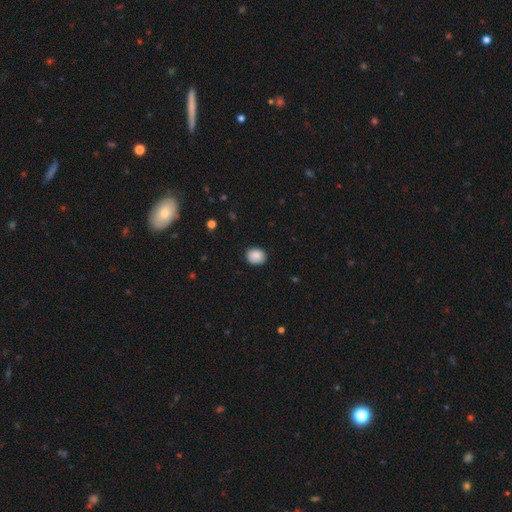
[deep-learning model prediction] smooth-or-featured: smooth: 88% | star or artifact: 8% | featured or disk: 4%
  how-rounded: round: 61% | in between: 38% | cigar-shaped: 1%
  merging: none: 87% | minor disturbance: 9% | major disturbance: 2% | merger: 1%